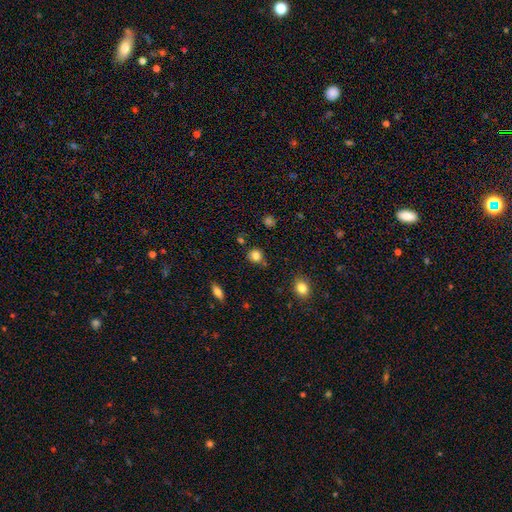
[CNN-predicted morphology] type=smooth (83%); roundness=round (86%); merging=none (82%).